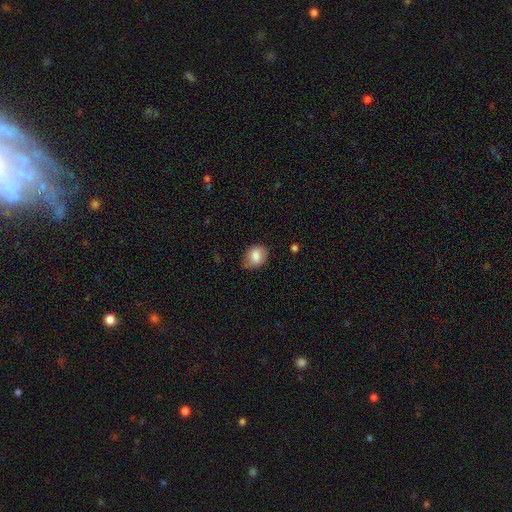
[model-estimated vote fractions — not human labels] smooth-or-featured: smooth: 83% | featured or disk: 9% | star or artifact: 8%
  how-rounded: in between: 50% | round: 49% | cigar-shaped: 1%
  merging: none: 64% | minor disturbance: 28% | major disturbance: 6% | merger: 2%